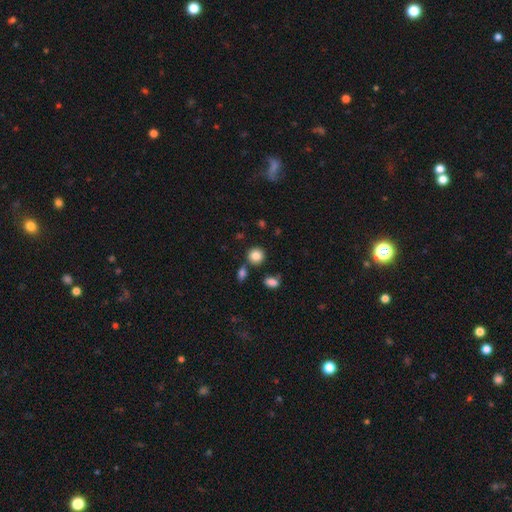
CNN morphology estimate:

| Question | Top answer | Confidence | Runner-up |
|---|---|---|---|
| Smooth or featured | smooth | 85% | star or artifact (10%) |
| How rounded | round | 87% | in between (12%) |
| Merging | none | 79% | minor disturbance (9%) |